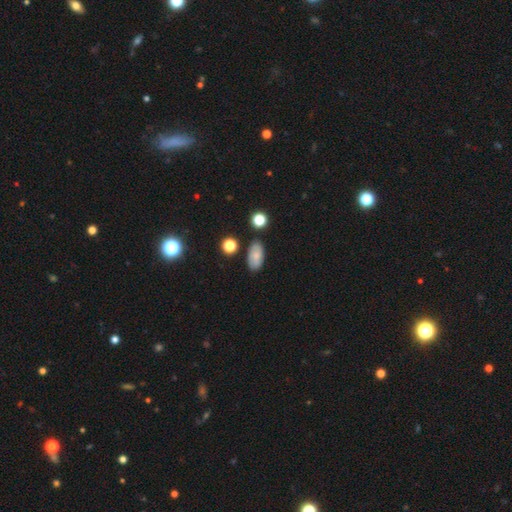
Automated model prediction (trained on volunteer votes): Smooth or featured?
  - smooth: 70% *
  - featured or disk: 20%
  - star or artifact: 10%
How rounded?
  - in between: 91% *
  - round: 5%
  - cigar-shaped: 4%
Merging?
  - none: 78% *
  - minor disturbance: 14%
  - merger: 4%
  - major disturbance: 3%